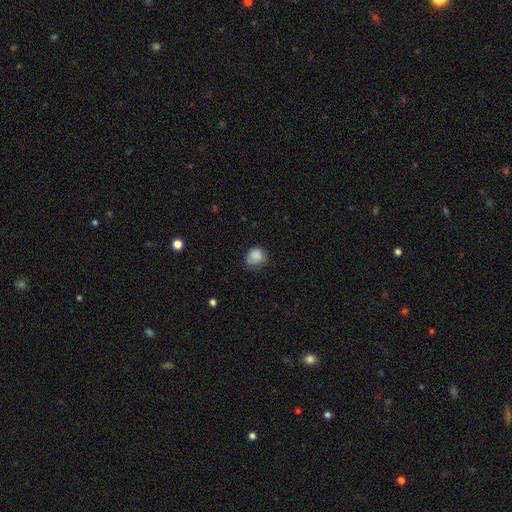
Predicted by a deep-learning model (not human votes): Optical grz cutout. It shows a smooth galaxy with no disk features (82%) that is round (74%). Merging: none (56%).